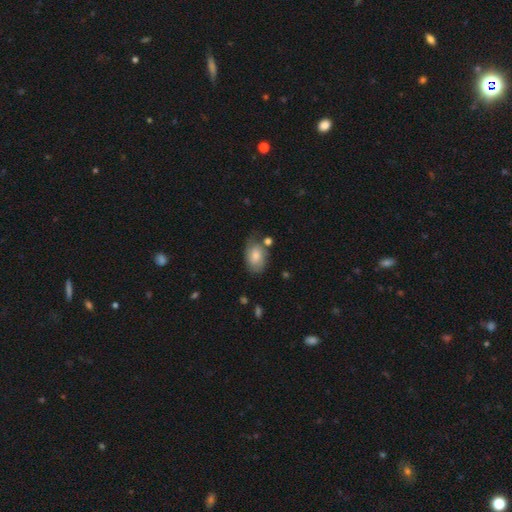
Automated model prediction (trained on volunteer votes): This appears to be a smooth galaxy with no disk features (66%) that is in between round and cigar-shaped (85%). Merging: none (51%).